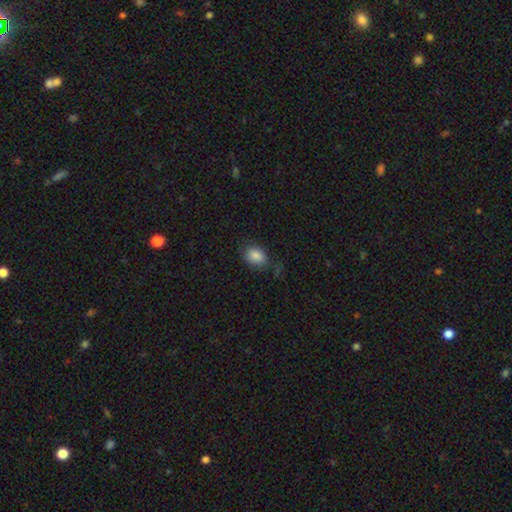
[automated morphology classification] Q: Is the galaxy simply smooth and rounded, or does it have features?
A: smooth — 86%.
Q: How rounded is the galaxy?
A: in between — 70%.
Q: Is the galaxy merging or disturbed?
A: none — 69%.